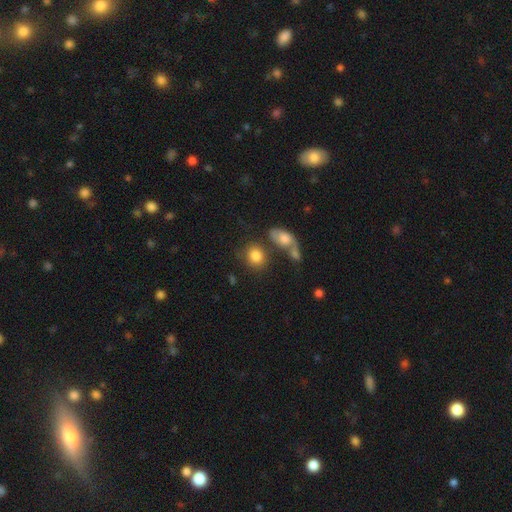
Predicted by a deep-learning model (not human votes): Smooth or featured? Predicted: smooth (p=0.82). How rounded? Predicted: round (p=0.63). Merging? Predicted: none (p=0.60).